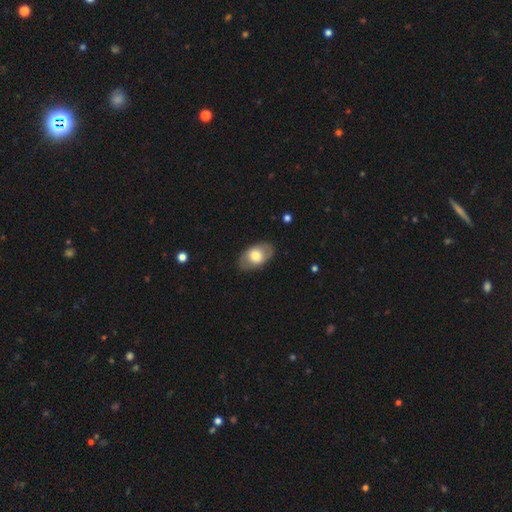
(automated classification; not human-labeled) This appears to be a smooth galaxy with no disk features (62%) that is in between round and cigar-shaped (87%). Merging: none (83%).